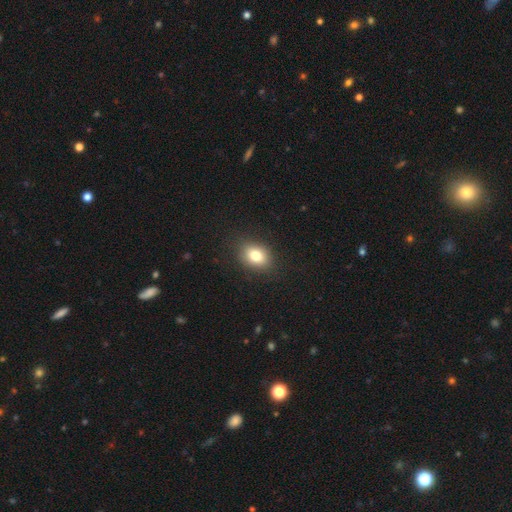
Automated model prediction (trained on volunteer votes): A smooth galaxy with no disk features (80%) that is in between round and cigar-shaped (67%). Merging: none (86%).